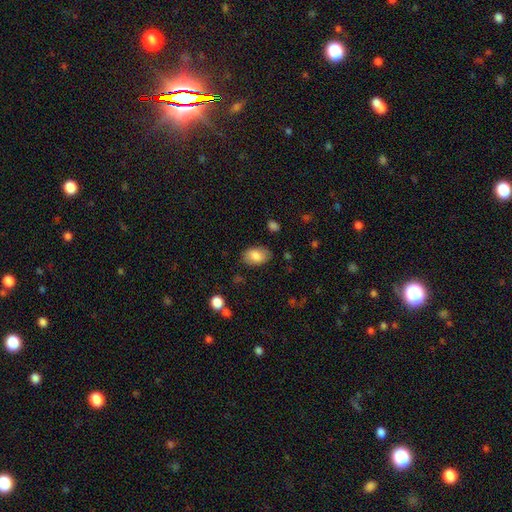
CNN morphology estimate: This is clearly a smooth galaxy (82%). How rounded: clearly in between (89%). Merging: clearly none (80%).